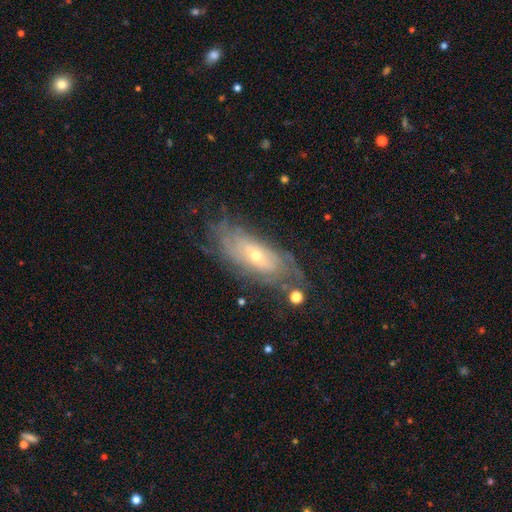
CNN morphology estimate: Smooth or featured? Predicted: featured or disk (p=0.74). Edge-on disk? Predicted: no (p=0.86). Bar? Predicted: no (p=0.71). Spiral arms? Predicted: yes (p=0.82). Spiral winding? Predicted: tight (p=0.67). Spiral arm count? Predicted: can't tell (p=0.65). Bulge size? Predicted: small (p=0.65). Merging? Predicted: none (p=0.66).